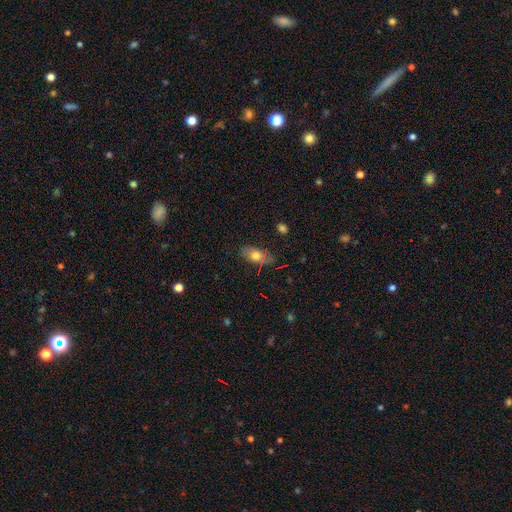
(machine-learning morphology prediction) A smooth galaxy with no disk features (71%) that is in between round and cigar-shaped (84%). Merging: none (75%).